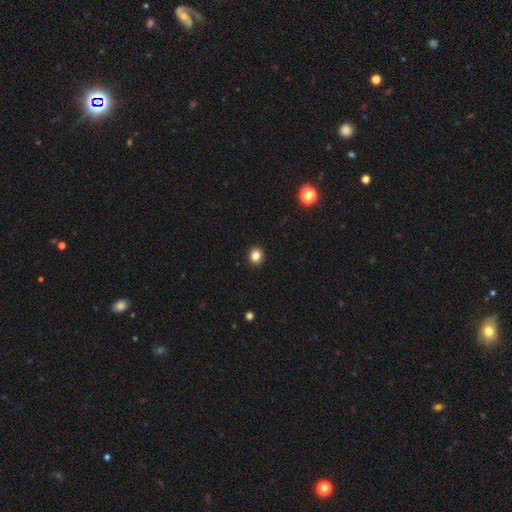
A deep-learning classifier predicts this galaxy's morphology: type=smooth (84%); roundness=round (77%); merging=none (92%).